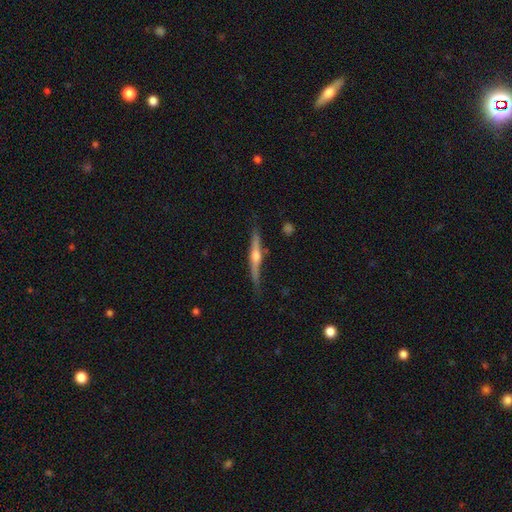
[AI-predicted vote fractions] This appears to be a featured or disk galaxy (75%) viewed edge-on (97%) with a rounded central bulge (90%). Merging: none (81%).